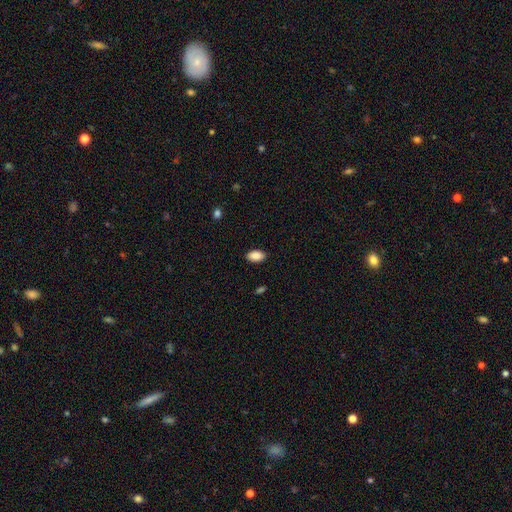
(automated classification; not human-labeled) Q: Smooth or featured?
A: smooth (89%); runner-up: star or artifact (7%)
Q: How rounded?
A: in between (93%); runner-up: round (5%)
Q: Merging?
A: none (89%); runner-up: minor disturbance (8%)